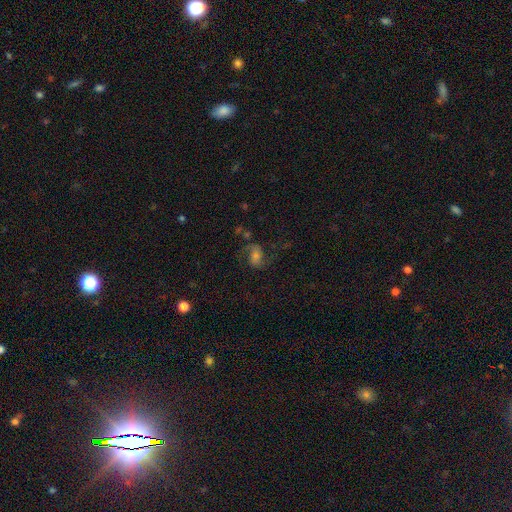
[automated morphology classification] Q: Smooth or featured?
A: featured or disk (65%); runner-up: smooth (20%)
Q: Edge-on disk?
A: no (97%); runner-up: yes (3%)
Q: Bar?
A: no (45%); runner-up: weak (39%)
Q: Spiral arms?
A: yes (91%); runner-up: no (9%)
Q: Spiral winding?
A: loose (49%); runner-up: medium (42%)
Q: Spiral arm count?
A: 2 (87%); runner-up: can't tell (5%)
Q: Bulge size?
A: moderate (43%); runner-up: small (42%)
Q: Merging?
A: none (63%); runner-up: major disturbance (18%)